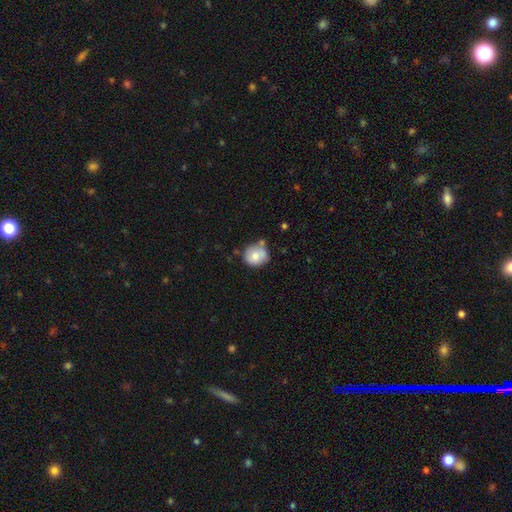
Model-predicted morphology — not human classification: Smooth or featured: smooth — 73% (featured or disk — 19%)
How rounded: round — 82% (in between — 17%)
Merging: none — 59% (minor disturbance — 23%)